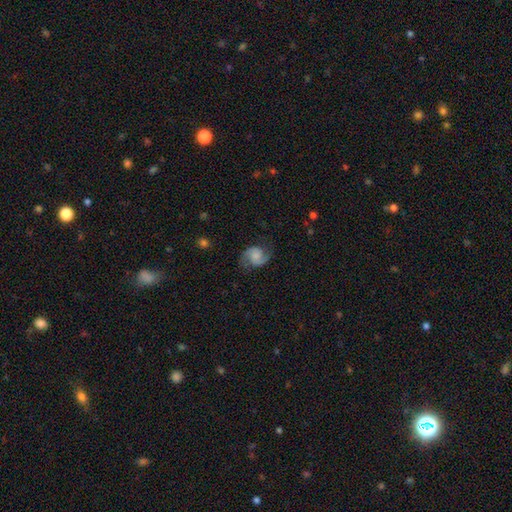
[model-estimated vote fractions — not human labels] Morphology: type=featured or disk (80%); edge-on=no (98%); bar=no (63%); spiral arms=yes (97%); winding=medium (53%); arm count=2 (93%); bulge=small (32%, tied with none); merging=none (77%).